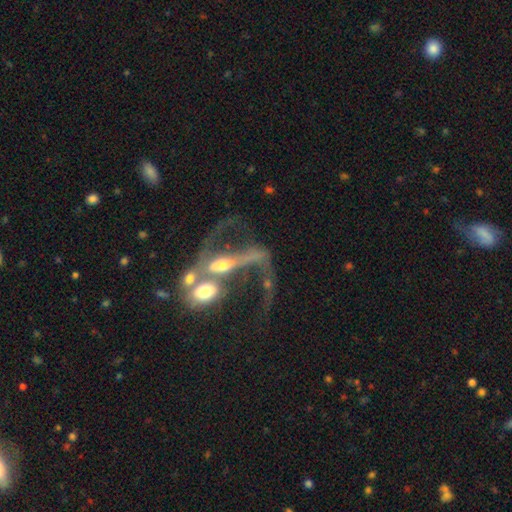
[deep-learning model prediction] Smooth or featured? Predicted: featured or disk (p=0.76). Edge-on disk? Predicted: no (p=0.86). Bar? Predicted: strong (p=0.38, tied with no). Spiral arms? Predicted: yes (p=0.72). Bulge size? Predicted: moderate (p=0.47). Merging? Predicted: merger (p=0.57).